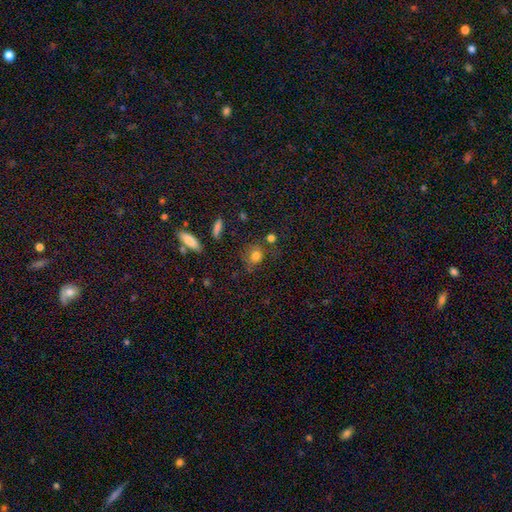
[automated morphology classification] Overall: smooth (78%). How rounded: round (55%; in between 43%). Merging: none (61%).